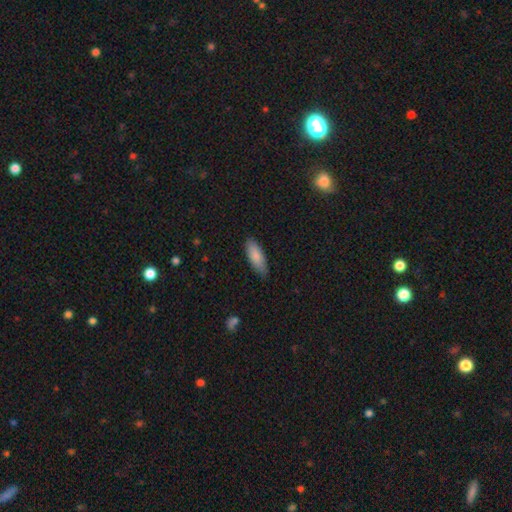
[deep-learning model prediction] smooth 85%, featured or disk 9%, star or artifact 6%. Down the decision tree: how rounded — in between (69%); merging — none (82%).